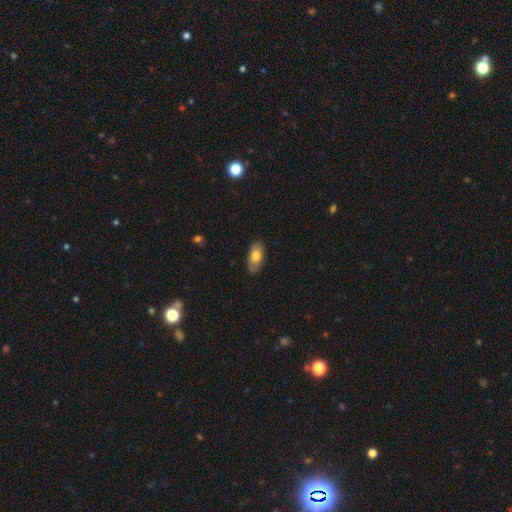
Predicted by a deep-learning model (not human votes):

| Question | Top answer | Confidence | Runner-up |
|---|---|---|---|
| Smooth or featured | smooth | 75% | featured or disk (19%) |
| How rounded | in between | 88% | cigar-shaped (9%) |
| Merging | none | 81% | minor disturbance (15%) |